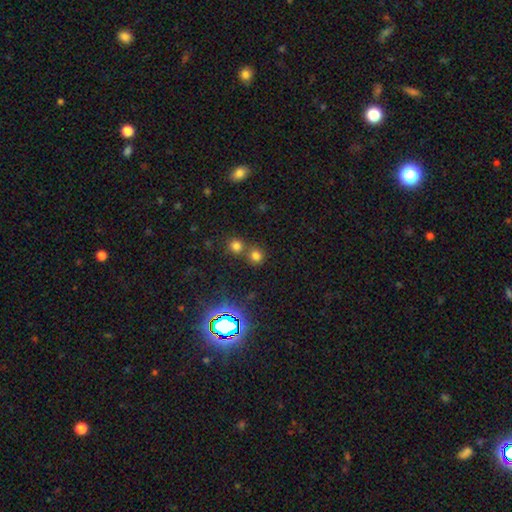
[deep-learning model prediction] Morphology: type=smooth (69%); roundness=round (87%); merging=none (59%).